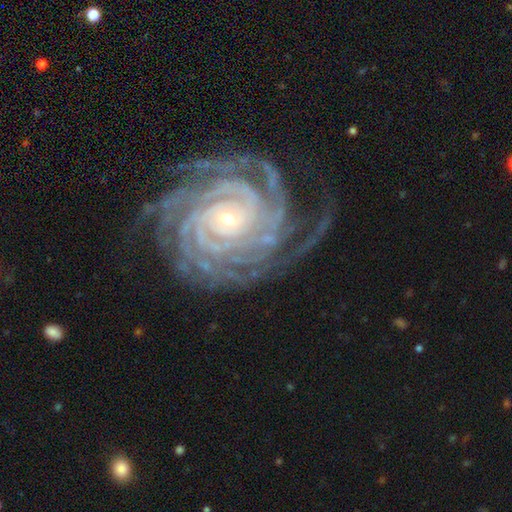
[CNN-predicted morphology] A featured or disk galaxy (92%) with no bar (65%), more than 4 (30%) tight (86%) spiral arms (99%) and a small central bulge (75%).

Vote fractions:
- Smooth or featured? featured or disk: 92% / star or artifact: 5% / smooth: 3%
- Edge-on disk? no: 98% / yes: 2%
- Bar? no: 65% / weak: 21% / strong: 14%
- Spiral arms? yes: 99% / no: 1%
- Spiral winding? tight: 86% / medium: 12% / loose: 2%
- Spiral arm count? more than 4: 30% / 4: 26% / can't tell: 13% / 3: 13% / 2: 10% / 1: 8%
- Bulge size? small: 75% / moderate: 22% / large: 1% / none: 1% / dominant: 1%
- Merging? none: 78% / minor disturbance: 15% / major disturbance: 6% / merger: 1%